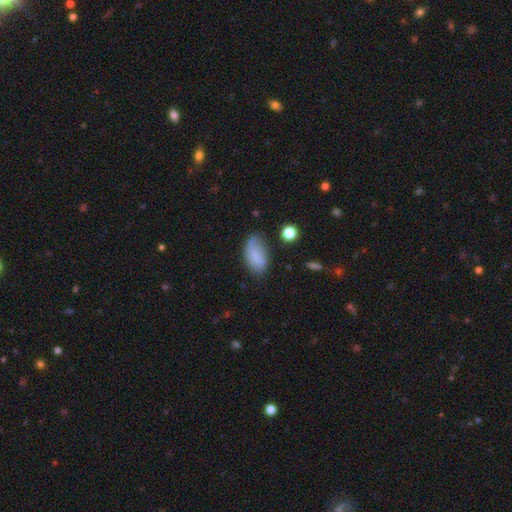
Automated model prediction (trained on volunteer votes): The model was most divided on "merging": none: 58%, minor disturbance: 30%, major disturbance: 9%, merger: 3%. More confident: how rounded — in between (93%); smooth or featured — smooth (75%).